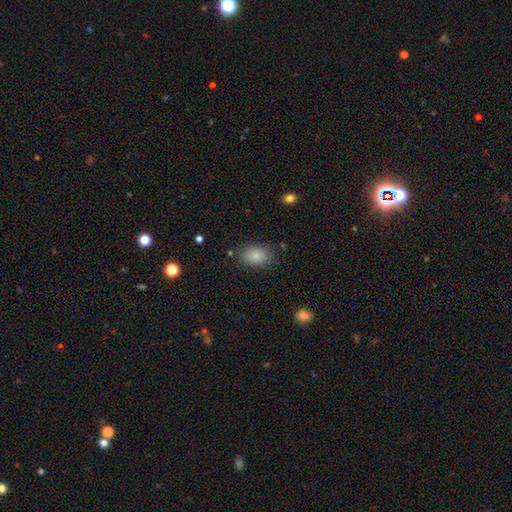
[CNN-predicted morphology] type=smooth (86%); roundness=in between (83%); merging=none (83%).